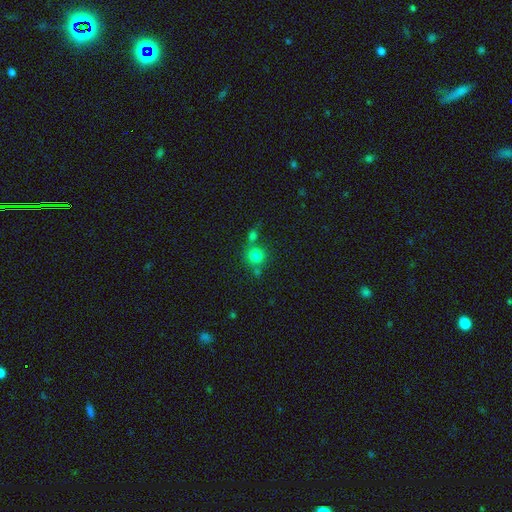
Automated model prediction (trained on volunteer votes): smooth-or-featured: smooth: 78% | star or artifact: 14% | featured or disk: 8%
  how-rounded: round: 89% | in between: 9% | cigar-shaped: 1%
  merging: none: 58% | merger: 27% | minor disturbance: 10% | major disturbance: 5%